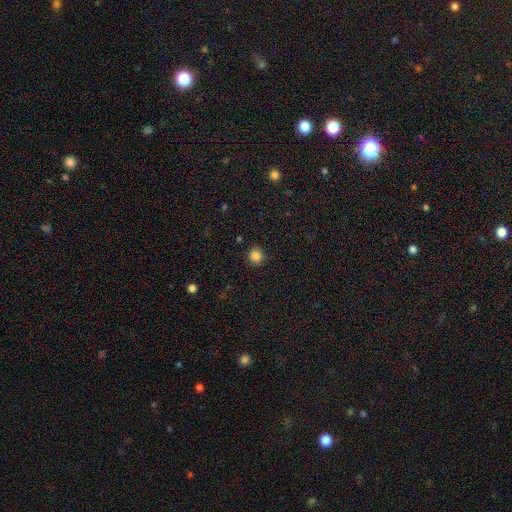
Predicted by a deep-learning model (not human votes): Smooth or featured?
  - smooth: 84% *
  - star or artifact: 12%
  - featured or disk: 4%
How rounded?
  - round: 92% *
  - in between: 7%
  - cigar-shaped: 1%
Merging?
  - none: 90% *
  - minor disturbance: 7%
  - major disturbance: 2%
  - merger: 1%